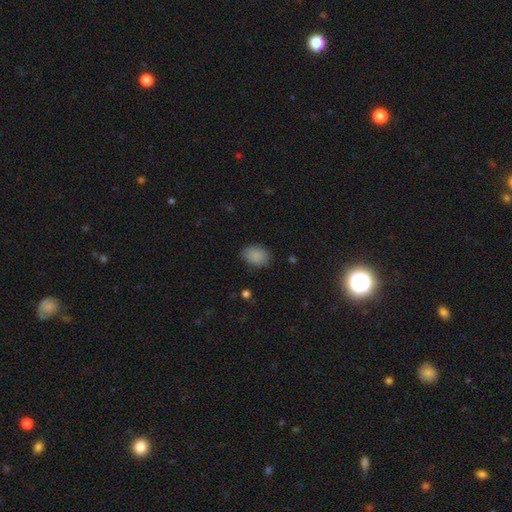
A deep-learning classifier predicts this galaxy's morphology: type=smooth (88%); roundness=in between (74%); merging=none (82%).